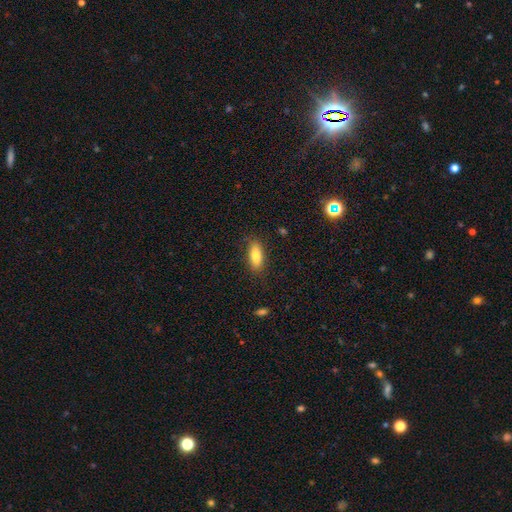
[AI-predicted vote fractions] smooth-or-featured: smooth: 80% | featured or disk: 13% | star or artifact: 7%
  how-rounded: in between: 79% | cigar-shaped: 19% | round: 3%
  merging: none: 83% | minor disturbance: 13% | major disturbance: 3% | merger: 1%